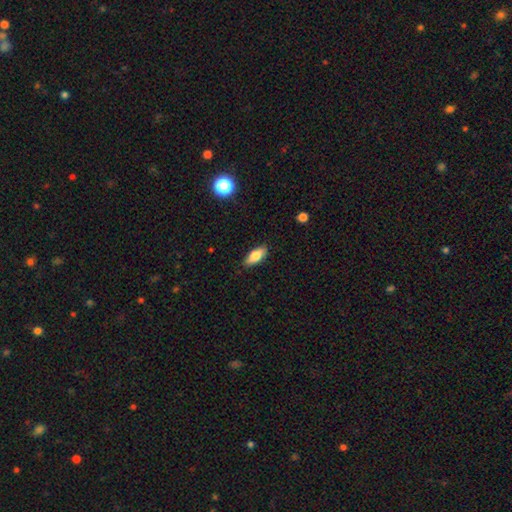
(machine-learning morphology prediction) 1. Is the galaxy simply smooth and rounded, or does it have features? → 77% smooth, 15% featured or disk, 7% star or artifact.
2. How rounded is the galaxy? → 79% in between, 19% cigar-shaped, 3% round.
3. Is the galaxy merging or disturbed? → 87% none, 10% minor disturbance, 2% major disturbance, 1% merger.